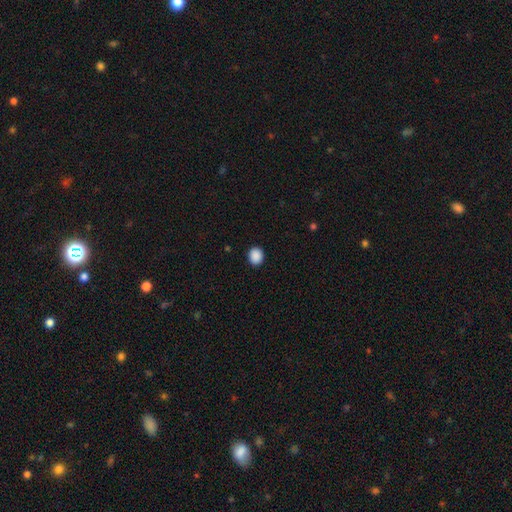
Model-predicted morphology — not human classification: The model was most divided on "how rounded": round: 71%, in between: 28%, cigar-shaped: 1%. More confident: merging — none (91%); smooth or featured — smooth (90%).